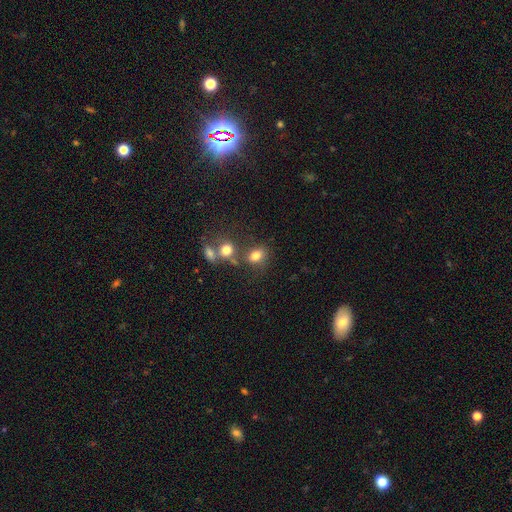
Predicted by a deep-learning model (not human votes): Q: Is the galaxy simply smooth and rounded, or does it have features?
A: smooth — 77%.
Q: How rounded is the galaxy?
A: in between — 64%.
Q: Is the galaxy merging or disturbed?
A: none — 52%.